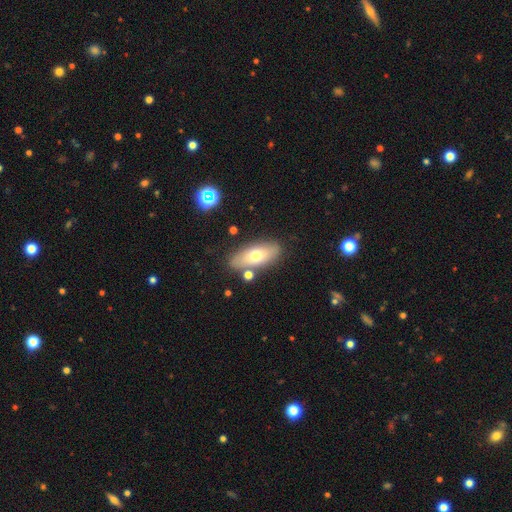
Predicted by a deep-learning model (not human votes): smooth 64%, featured or disk 29%, star or artifact 8%. Down the decision tree: how rounded — in between (81%); merging — none (80%).